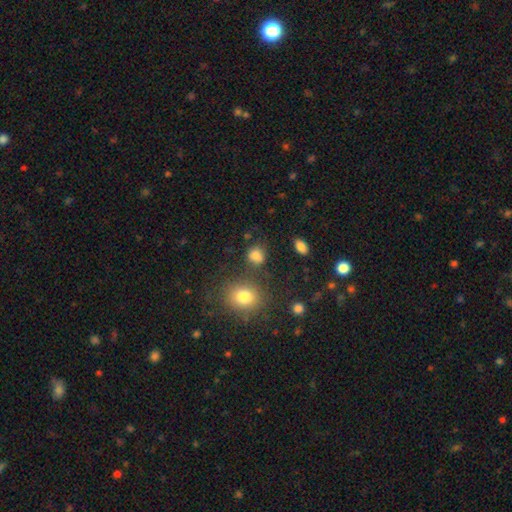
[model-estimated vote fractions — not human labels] A smooth galaxy with no disk features (80%) that is round (69%).

Vote fractions:
- Smooth or featured? smooth: 80% / star or artifact: 14% / featured or disk: 6%
- How rounded? round: 69% / in between: 29% / cigar-shaped: 1%
- Merging? none: 69% / minor disturbance: 16% / merger: 8% / major disturbance: 6%